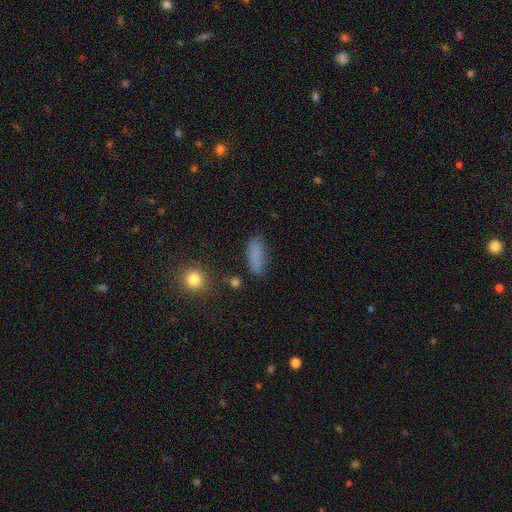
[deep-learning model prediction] This is clearly a smooth galaxy (82%). How rounded: possibly in between (59%). Merging: likely none (77%).